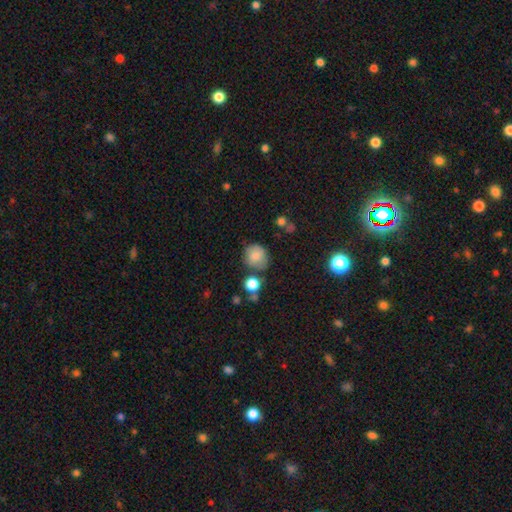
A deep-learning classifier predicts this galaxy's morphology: smooth-or-featured: smooth: 81% | featured or disk: 10% | star or artifact: 9%
  how-rounded: round: 77% | in between: 22% | cigar-shaped: 1%
  merging: none: 66% | minor disturbance: 21% | merger: 8% | major disturbance: 6%